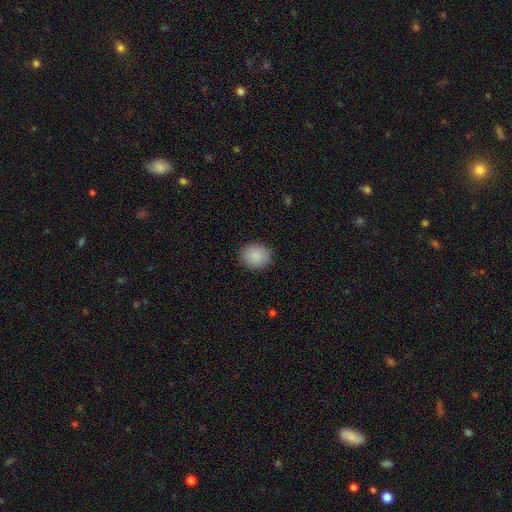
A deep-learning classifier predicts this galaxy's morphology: smooth-or-featured: smooth: 89% | star or artifact: 7% | featured or disk: 4%
  how-rounded: round: 65% | in between: 34% | cigar-shaped: 1%
  merging: none: 88% | minor disturbance: 8% | major disturbance: 2% | merger: 1%